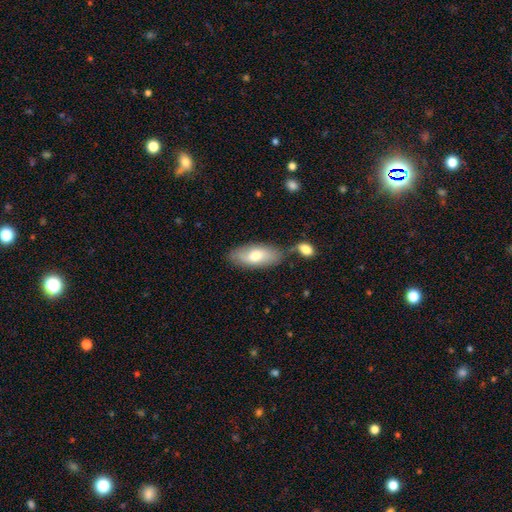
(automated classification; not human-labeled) Smooth or featured?
  - smooth: 69% *
  - featured or disk: 25%
  - star or artifact: 6%
How rounded?
  - in between: 84% *
  - cigar-shaped: 14%
  - round: 2%
Merging?
  - none: 68% *
  - minor disturbance: 17%
  - merger: 12%
  - major disturbance: 4%